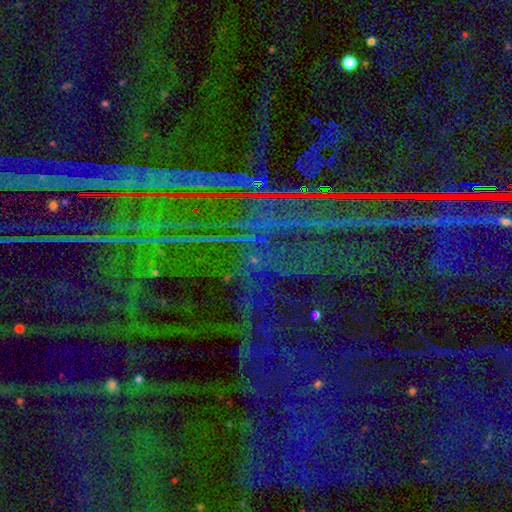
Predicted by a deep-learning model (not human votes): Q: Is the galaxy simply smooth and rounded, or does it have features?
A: star or artifact — 87%.